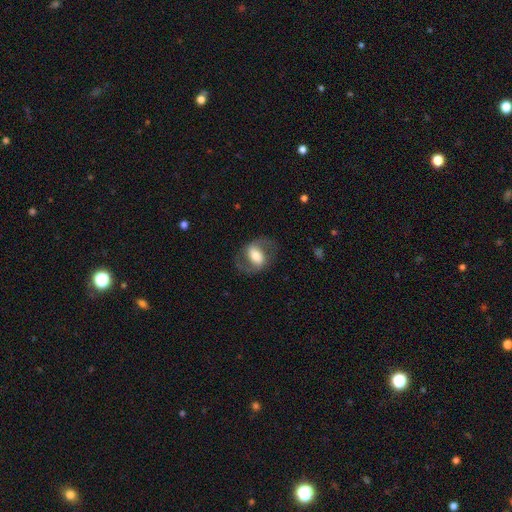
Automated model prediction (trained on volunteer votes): A featured or disk galaxy (72%) with a weak bar (39%), 2 (91%) medium (54%) spiral arms (87%) and a moderate central bulge (50%). Merging: none (76%).